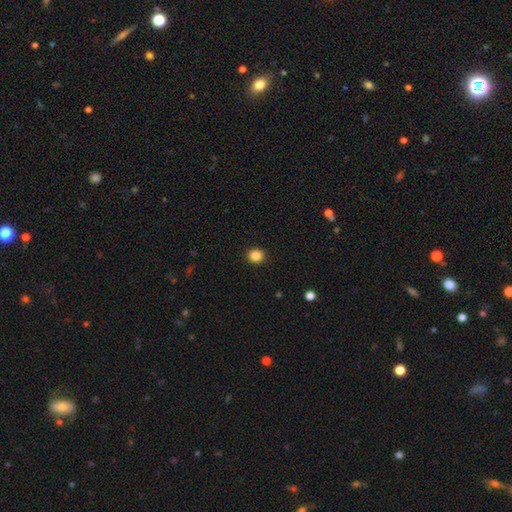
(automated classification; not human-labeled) Morphology: type=smooth (86%); roundness=round (83%); merging=none (93%).